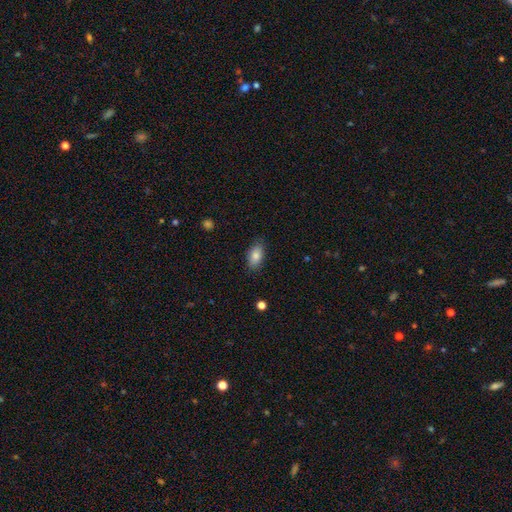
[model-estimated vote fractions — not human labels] Smooth or featured: smooth — 83% (featured or disk — 10%)
How rounded: in between — 90% (round — 5%)
Merging: none — 84% (minor disturbance — 12%)